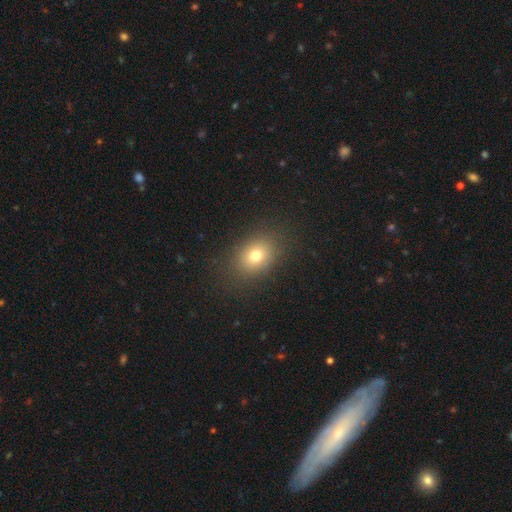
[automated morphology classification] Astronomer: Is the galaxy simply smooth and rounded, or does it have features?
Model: smooth — 75%.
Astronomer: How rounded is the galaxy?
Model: in between — 65%.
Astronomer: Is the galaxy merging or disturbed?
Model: none — 85%.